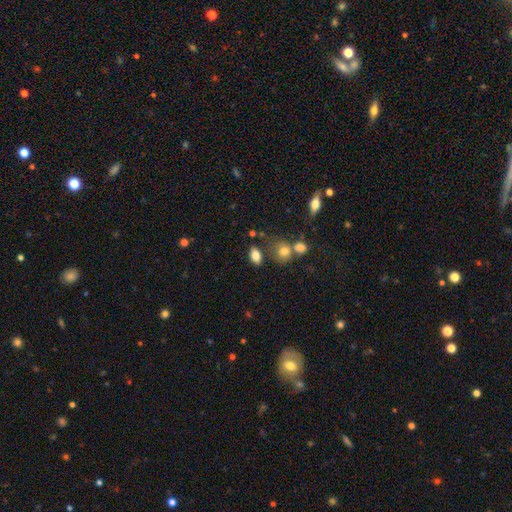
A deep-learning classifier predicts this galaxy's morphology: Overall: smooth (80%). How rounded: in between (85%). Merging: none (71%).